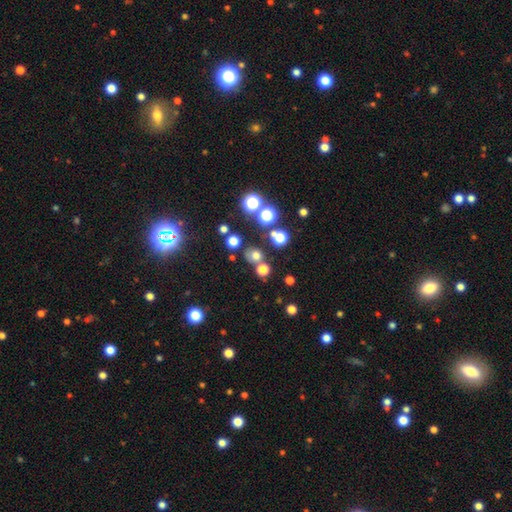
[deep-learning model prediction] This appears to be a smooth galaxy with no disk features (65%) that is round (80%). Merging: none (72%).